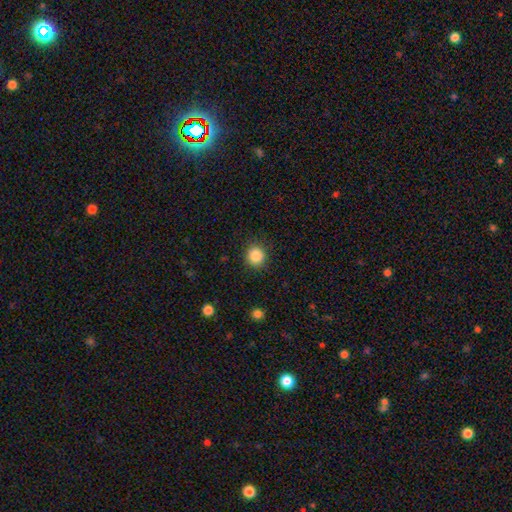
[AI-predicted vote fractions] This is clearly a smooth galaxy (86%). How rounded: clearly round (90%). Merging: clearly none (89%).